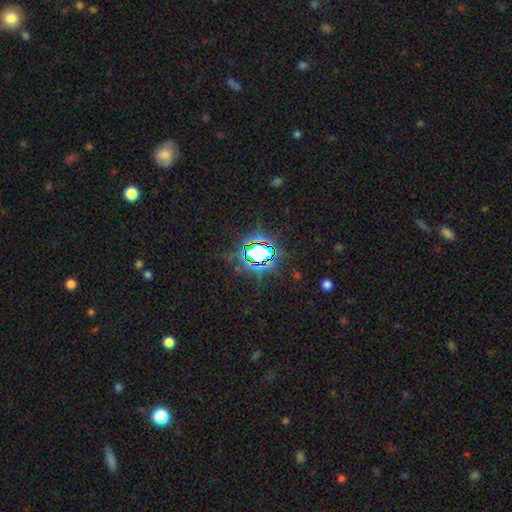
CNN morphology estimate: This appears to be a star or artifact, not a galaxy (74%).